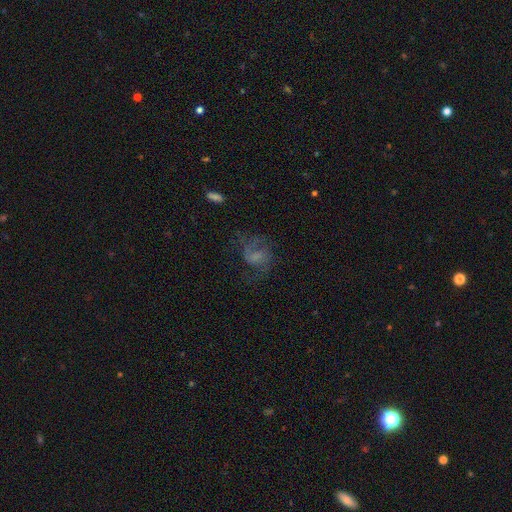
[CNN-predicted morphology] smooth_or_featured: featured or disk (p=0.60) [alt: smooth p=0.26]
disk_edge_on: no (p=0.97) [alt: yes p=0.03]
bar: no (p=0.52) [alt: weak p=0.39]
has_spiral_arms: yes (p=0.84) [alt: no p=0.16]
bulge_size: none (p=0.48) [alt: small p=0.24]
merging: none (p=0.55) [alt: major disturbance p=0.25]